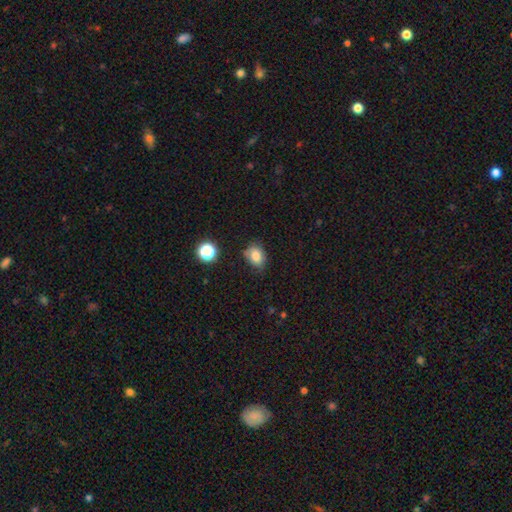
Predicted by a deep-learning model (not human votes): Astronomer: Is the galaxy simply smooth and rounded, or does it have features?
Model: smooth — 79%.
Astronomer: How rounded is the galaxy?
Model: in between — 64%.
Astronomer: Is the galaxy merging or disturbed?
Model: none — 60%.